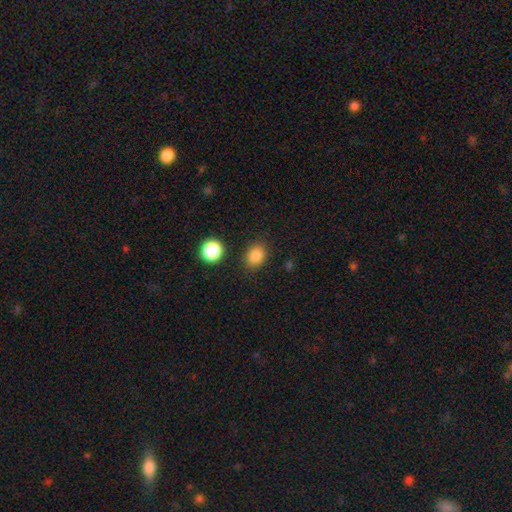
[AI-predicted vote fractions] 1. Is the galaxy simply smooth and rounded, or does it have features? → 84% smooth, 11% star or artifact, 5% featured or disk.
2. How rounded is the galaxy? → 58% in between, 41% round, 1% cigar-shaped.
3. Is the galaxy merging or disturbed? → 83% none, 10% minor disturbance, 4% merger, 3% major disturbance.